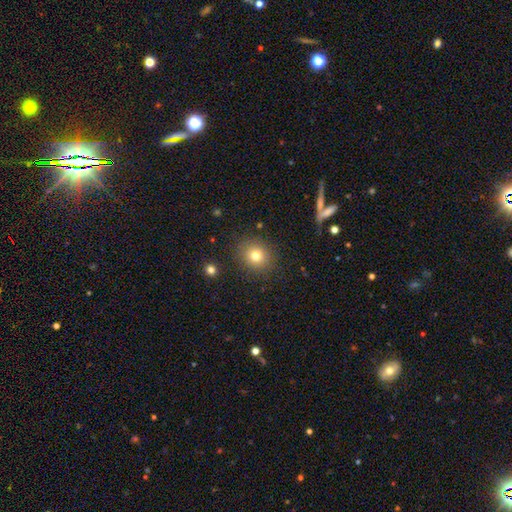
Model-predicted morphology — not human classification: smooth-or-featured: smooth: 78% | star or artifact: 13% | featured or disk: 9%
  how-rounded: round: 82% | in between: 17% | cigar-shaped: 1%
  merging: none: 87% | minor disturbance: 8% | major disturbance: 3% | merger: 2%